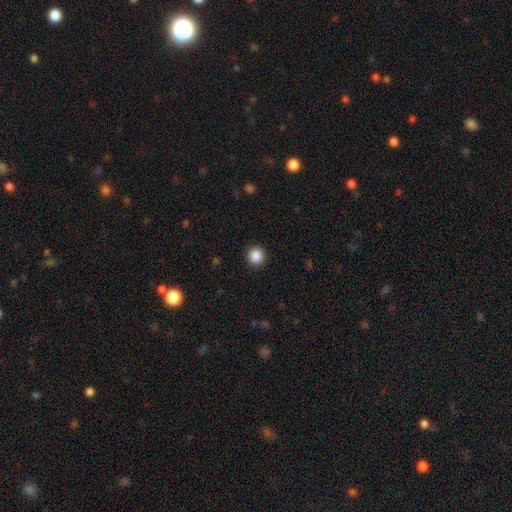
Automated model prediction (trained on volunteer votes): This appears to be a smooth galaxy with no disk features (88%) that is round (92%). Merging: none (92%).